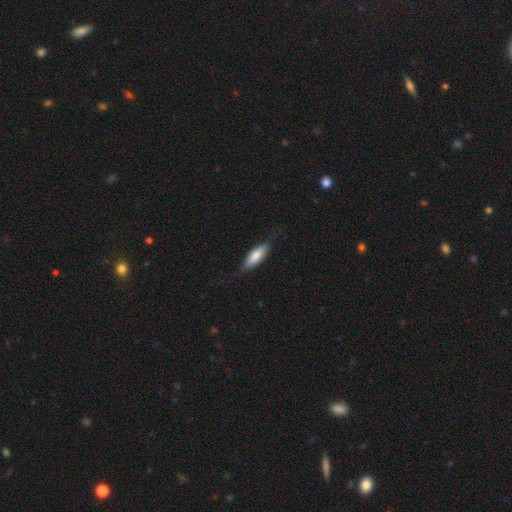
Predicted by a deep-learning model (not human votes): smooth_or_featured: smooth (p=0.77) [alt: featured or disk p=0.18]
how_rounded: in between (p=0.57) [alt: cigar-shaped p=0.41]
merging: none (p=0.77) [alt: minor disturbance p=0.18]